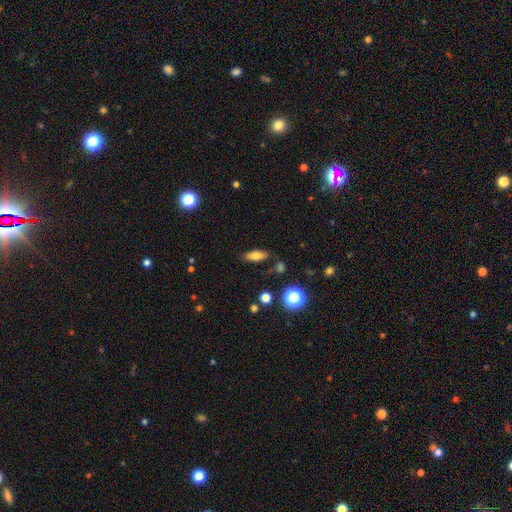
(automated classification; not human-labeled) This appears to be a smooth galaxy with no disk features (73%) that is in between round and cigar-shaped (72%). Merging: none (82%).